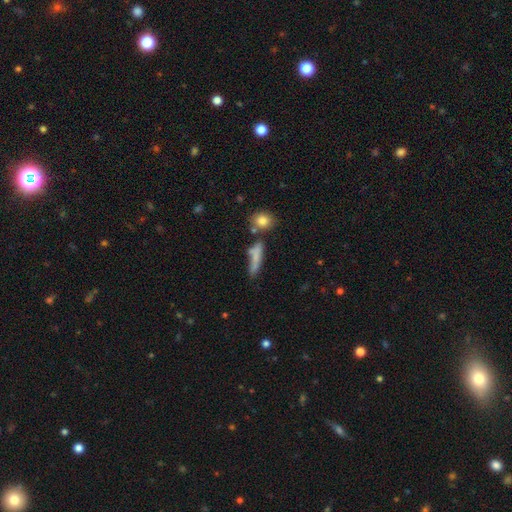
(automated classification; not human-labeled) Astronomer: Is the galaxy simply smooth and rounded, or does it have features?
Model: smooth — 67%.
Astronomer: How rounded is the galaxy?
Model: cigar-shaped — 70%.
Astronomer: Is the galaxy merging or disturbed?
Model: none — 45% (runner-up: minor disturbance, 22%).